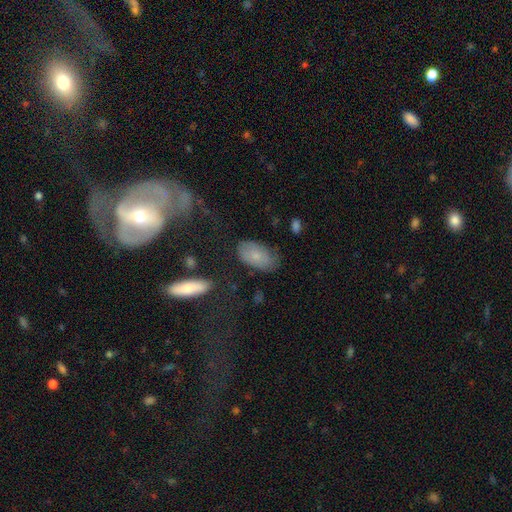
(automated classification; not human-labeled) The model was most divided on "merging": none: 67%, minor disturbance: 22%, major disturbance: 8%, merger: 3%. More confident: how rounded — in between (93%); smooth or featured — smooth (74%).